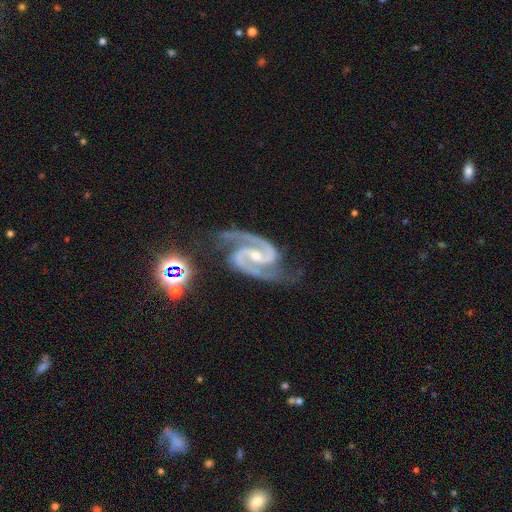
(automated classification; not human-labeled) Smooth or featured? featured or disk (94%)
Edge-on disk? no (98%)
Bar? weak (42%)
Spiral arms? yes (99%)
Spiral winding? medium (66%)
Spiral arm count? 2 (95%)
Bulge size? small (55%)
Merging? none (72%)